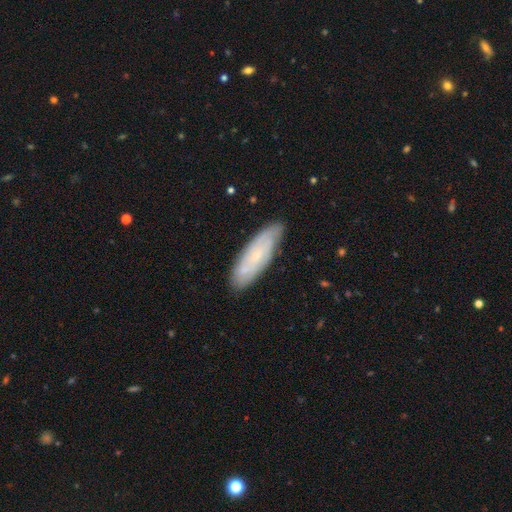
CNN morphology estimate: smooth_or_featured: featured or disk (p=0.55) [alt: smooth p=0.37]
disk_edge_on: no (p=0.77) [alt: yes p=0.23]
merging: none (p=0.82) [alt: minor disturbance p=0.14]